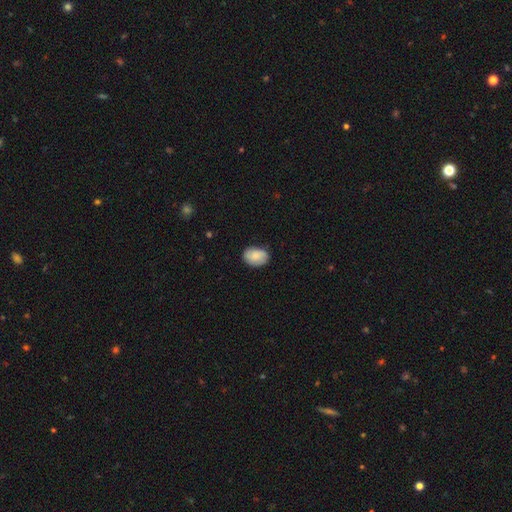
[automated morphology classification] Smooth or featured? Predicted: smooth (p=0.76). How rounded? Predicted: in between (p=0.78). Merging? Predicted: none (p=0.79).